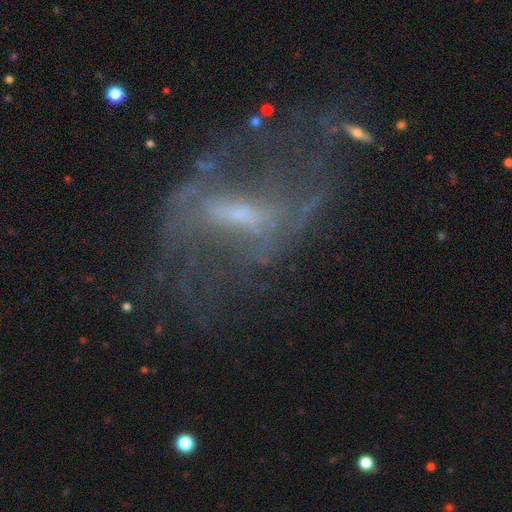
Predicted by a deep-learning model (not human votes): Smooth or featured? Predicted: featured or disk (p=0.79). Edge-on disk? Predicted: no (p=0.91). Bar? Predicted: strong (p=0.41). Spiral arms? Predicted: yes (p=0.74). Spiral winding? Predicted: loose (p=0.54). Spiral arm count? Predicted: 2 (p=0.60). Bulge size? Predicted: small (p=0.52). Merging? Predicted: none (p=0.48).